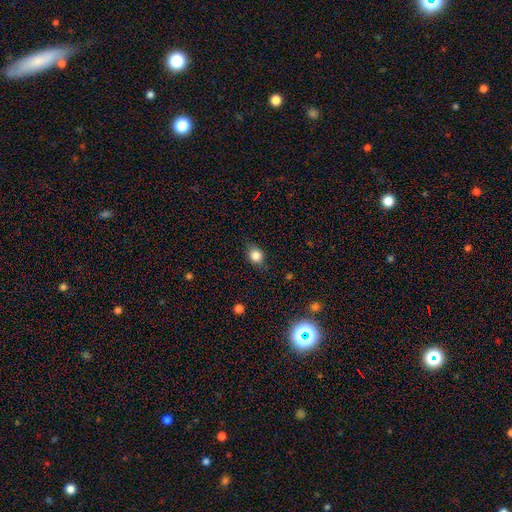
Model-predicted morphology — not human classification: A smooth galaxy with no disk features (83%) that is round (60%). Merging: none (79%).